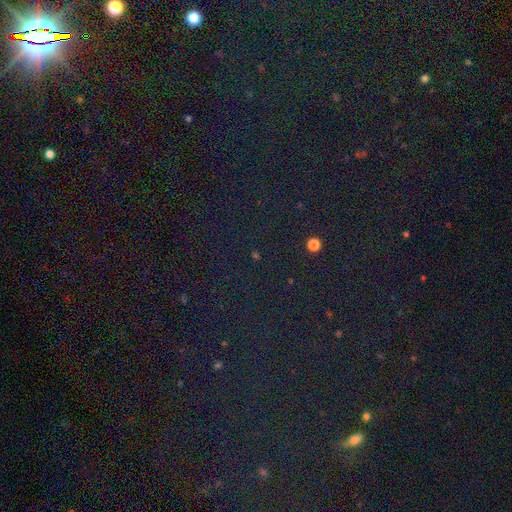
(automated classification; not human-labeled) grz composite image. It shows a star or artifact, not a galaxy (80%).